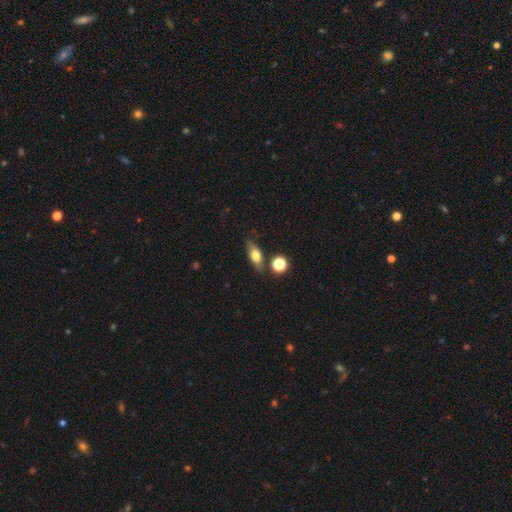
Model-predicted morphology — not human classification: This is likely a smooth galaxy (62%). How rounded: likely in between (65%). Merging: likely none (74%).